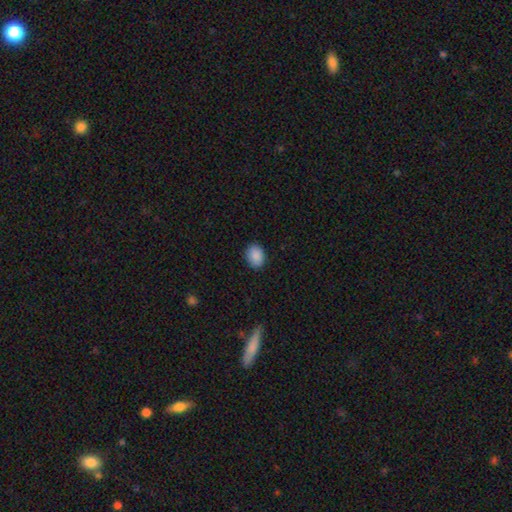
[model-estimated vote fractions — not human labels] This is clearly a smooth galaxy (89%). How rounded: likely in between (61%). Merging: clearly none (88%).